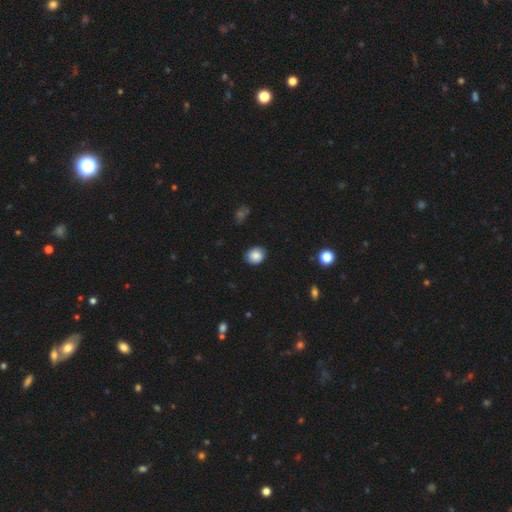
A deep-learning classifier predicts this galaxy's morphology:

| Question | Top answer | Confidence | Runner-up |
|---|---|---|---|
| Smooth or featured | smooth | 85% | star or artifact (9%) |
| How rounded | round | 65% | in between (34%) |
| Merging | none | 84% | minor disturbance (13%) |